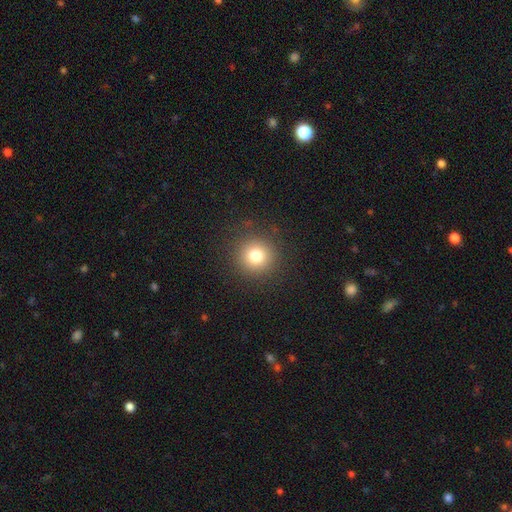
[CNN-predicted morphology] smooth 78%, star or artifact 13%, featured or disk 9%. Down the decision tree: how rounded — round (94%); merging — none (90%).